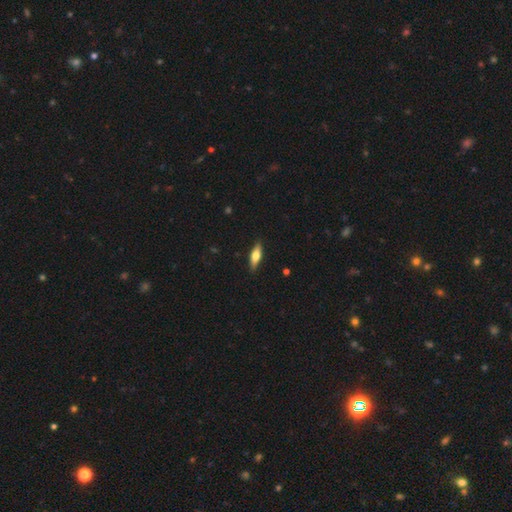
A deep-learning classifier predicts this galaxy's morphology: Overall: smooth (57%; featured or disk 37%). How rounded: in between (49%, tied with cigar-shaped). Merging: none (88%).